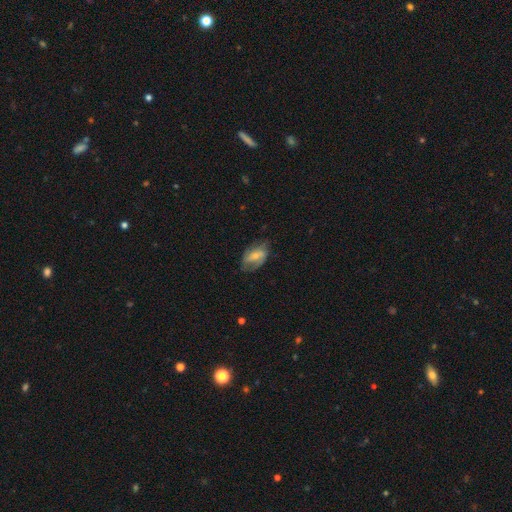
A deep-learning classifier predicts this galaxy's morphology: type=featured or disk (56%); edge-on=no (94%); bar=weak (41%); spiral arms=yes (75%); bulge=small (52%); merging=none (61%).